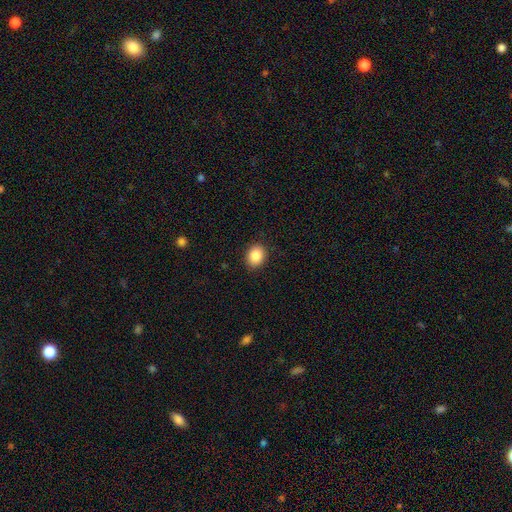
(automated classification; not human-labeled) Smooth or featured? smooth (87%)
How rounded? round (51%)
Merging? none (89%)